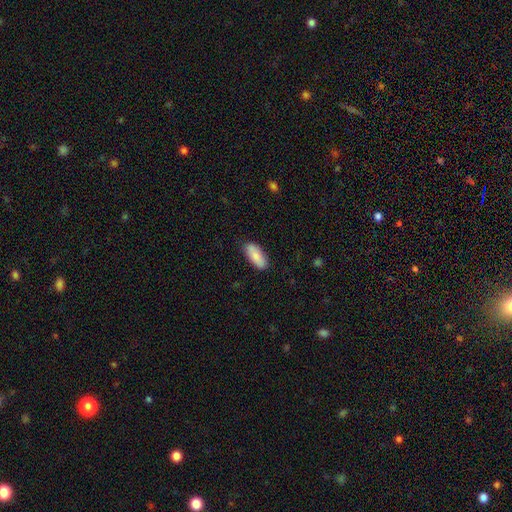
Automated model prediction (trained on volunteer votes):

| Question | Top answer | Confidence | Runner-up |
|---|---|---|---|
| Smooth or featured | smooth | 85% | featured or disk (9%) |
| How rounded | in between | 79% | cigar-shaped (19%) |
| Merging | none | 86% | minor disturbance (11%) |